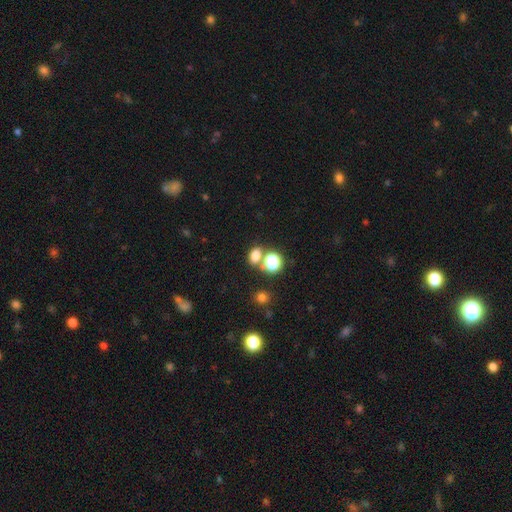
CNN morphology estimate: Smooth or featured? Predicted: smooth (p=0.72). How rounded? Predicted: in between (p=0.58). Merging? Predicted: none (p=0.59).